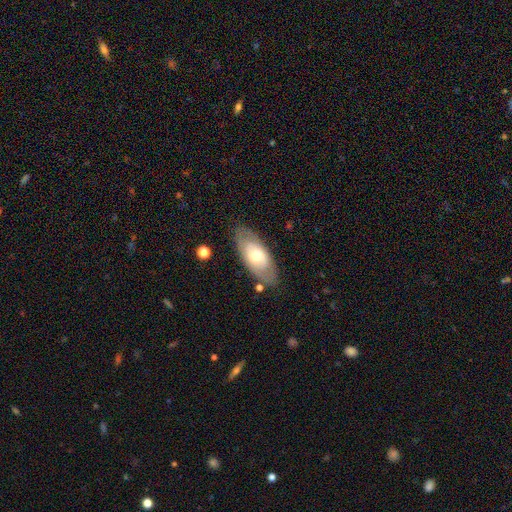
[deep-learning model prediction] Morphology: type=smooth (48%); merging=none (79%).